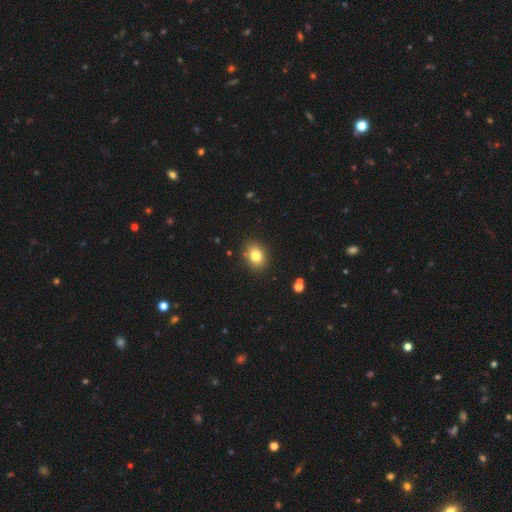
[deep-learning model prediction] smooth-or-featured: smooth: 80% | star or artifact: 11% | featured or disk: 9%
  how-rounded: in between: 54% | round: 45% | cigar-shaped: 1%
  merging: none: 86% | minor disturbance: 9% | major disturbance: 2% | merger: 2%